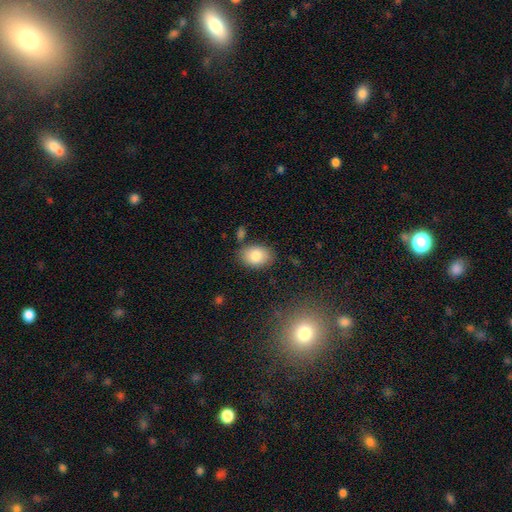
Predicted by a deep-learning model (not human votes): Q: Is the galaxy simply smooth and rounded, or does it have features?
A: smooth — 83%.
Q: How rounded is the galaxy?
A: in between — 80%.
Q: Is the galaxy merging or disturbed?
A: none — 80%.